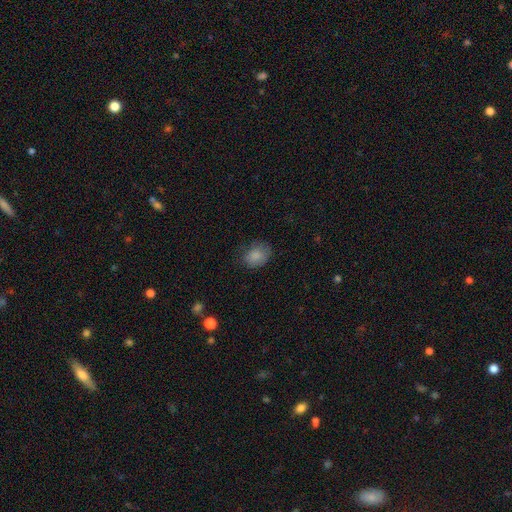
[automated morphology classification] smooth 84%, star or artifact 9%, featured or disk 7%. Down the decision tree: how rounded — in between (56%); merging — none (68%).